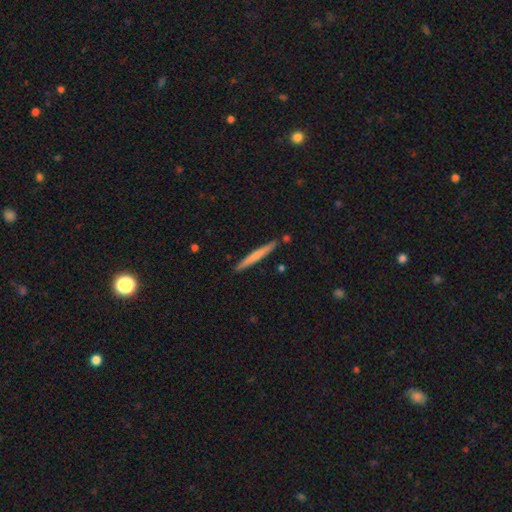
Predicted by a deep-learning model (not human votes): Smooth or featured: smooth — 60% (featured or disk — 35%)
How rounded: cigar-shaped — 97% (in between — 2%)
Merging: none — 88% (minor disturbance — 8%)